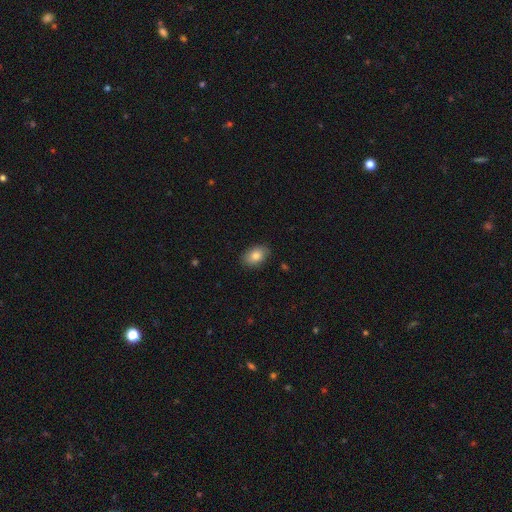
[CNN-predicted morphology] smooth_or_featured: smooth (p=0.83) [alt: featured or disk p=0.09]
how_rounded: in between (p=0.84) [alt: round p=0.15]
merging: none (p=0.86) [alt: minor disturbance p=0.11]